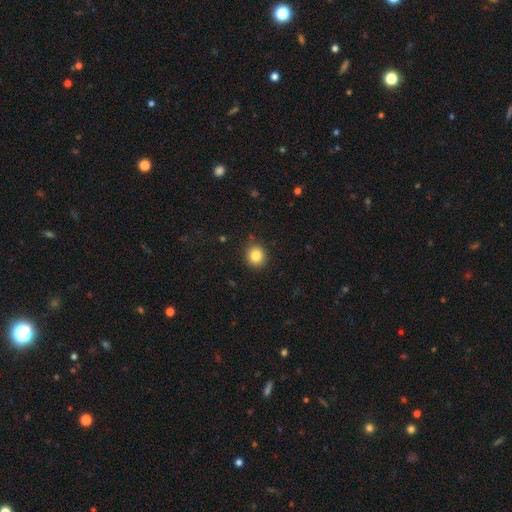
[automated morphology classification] A smooth galaxy with no disk features (84%) that is round (88%).

Vote fractions:
- Smooth or featured? smooth: 84% / star or artifact: 10% / featured or disk: 6%
- How rounded? round: 88% / in between: 11% / cigar-shaped: 1%
- Merging? none: 88% / minor disturbance: 8% / major disturbance: 2% / merger: 1%